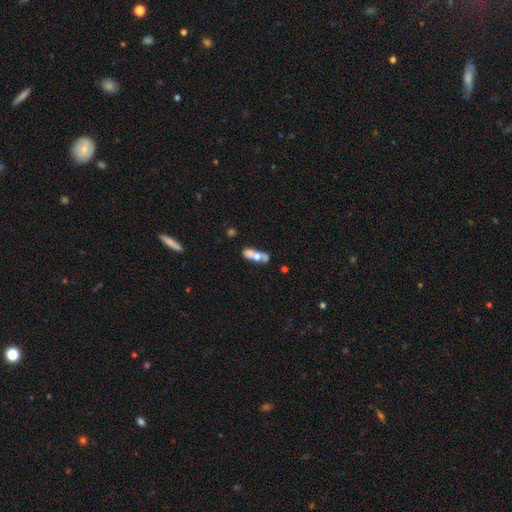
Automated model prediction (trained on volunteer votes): Smooth or featured: smooth — 52% (featured or disk — 40%)
How rounded: in between — 67% (cigar-shaped — 26%)
Merging: merger — 41% (none — 36%)